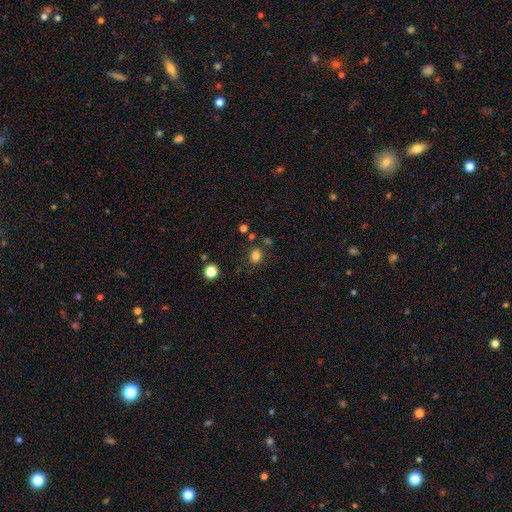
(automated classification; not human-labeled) Smooth or featured?
  - smooth: 80% *
  - star or artifact: 15%
  - featured or disk: 5%
How rounded?
  - round: 51% *
  - in between: 48%
  - cigar-shaped: 1%
Merging?
  - none: 77% *
  - minor disturbance: 13%
  - merger: 6%
  - major disturbance: 4%